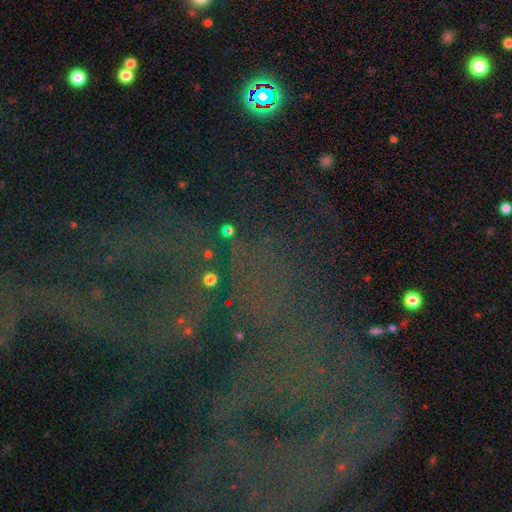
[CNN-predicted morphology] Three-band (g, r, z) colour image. It shows a star or artifact, not a galaxy (75%).